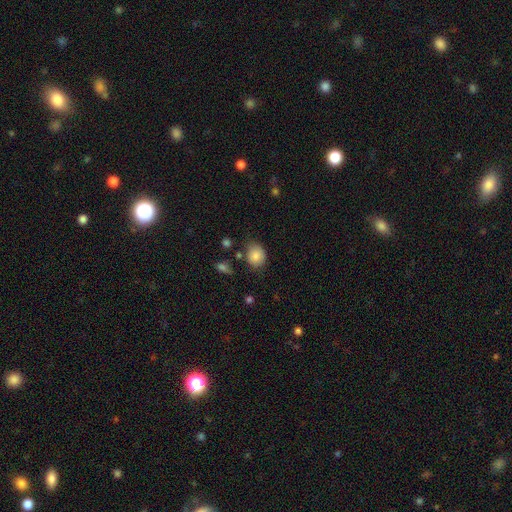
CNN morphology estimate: smooth_or_featured: smooth (p=0.82) [alt: star or artifact p=0.09]
how_rounded: round (p=0.60) [alt: in between p=0.39]
merging: none (p=0.69) [alt: minor disturbance p=0.22]